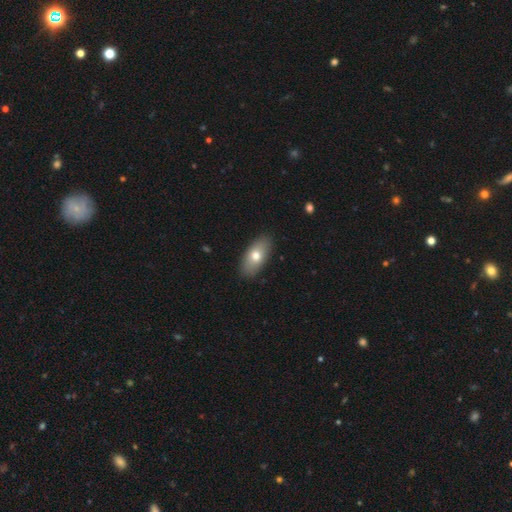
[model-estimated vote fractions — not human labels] Smooth or featured? Predicted: smooth (p=0.73). How rounded? Predicted: in between (p=0.88). Merging? Predicted: none (p=0.88).